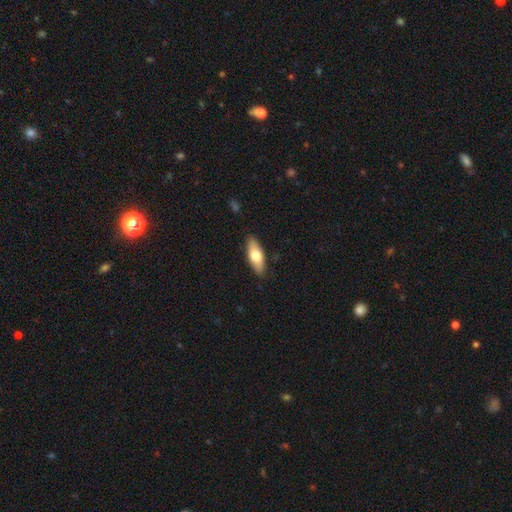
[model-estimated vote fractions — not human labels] A smooth galaxy with no disk features (69%) that is in between round and cigar-shaped (73%).

Vote fractions:
- Smooth or featured? smooth: 69% / featured or disk: 26% / star or artifact: 6%
- How rounded? in between: 73% / cigar-shaped: 24% / round: 2%
- Merging? none: 87% / minor disturbance: 10% / major disturbance: 2% / merger: 1%